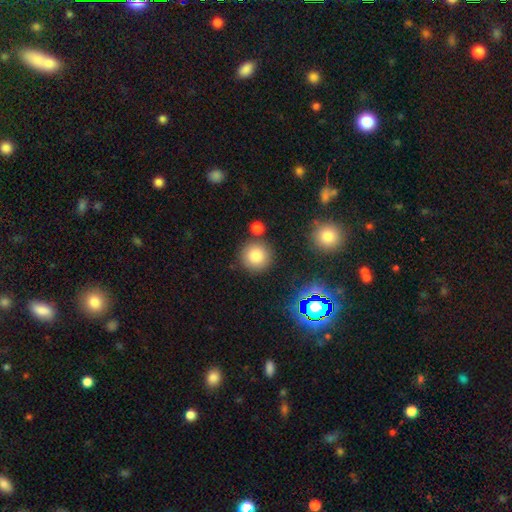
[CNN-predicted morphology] A smooth galaxy with no disk features (81%) that is round (94%).

Vote fractions:
- Smooth or featured? smooth: 81% / star or artifact: 12% / featured or disk: 6%
- How rounded? round: 94% / in between: 5% / cigar-shaped: 1%
- Merging? none: 83% / minor disturbance: 8% / merger: 6% / major disturbance: 3%